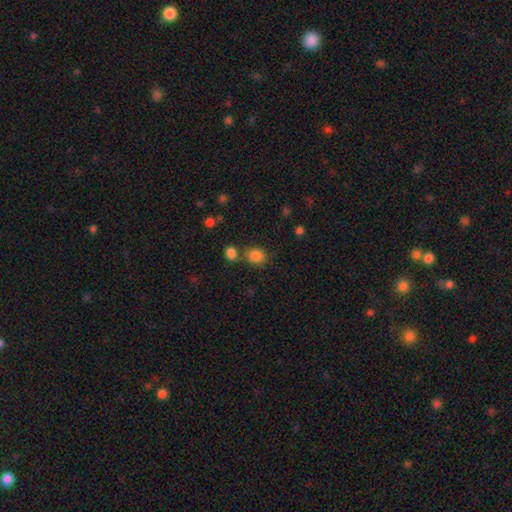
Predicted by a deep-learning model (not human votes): A smooth galaxy with no disk features (84%) that is round (65%). Merging: none (70%).